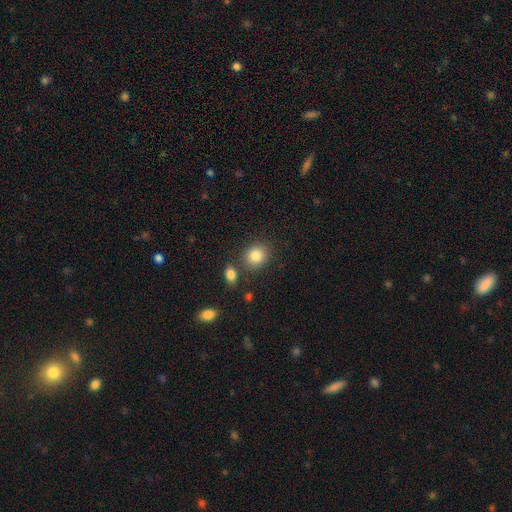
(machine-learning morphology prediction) Q: Smooth or featured?
A: smooth (85%); runner-up: star or artifact (9%)
Q: How rounded?
A: round (73%); runner-up: in between (26%)
Q: Merging?
A: none (79%); runner-up: minor disturbance (10%)